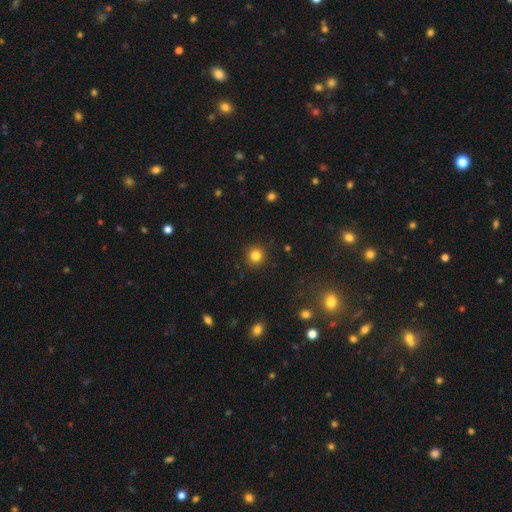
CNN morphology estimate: This appears to be a smooth galaxy with no disk features (83%) that is round (93%). Merging: none (92%).